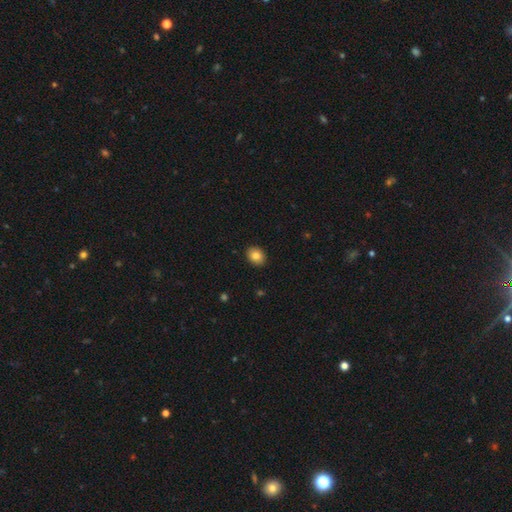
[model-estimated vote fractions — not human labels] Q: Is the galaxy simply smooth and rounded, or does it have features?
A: smooth — 84%.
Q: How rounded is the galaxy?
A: round — 52%.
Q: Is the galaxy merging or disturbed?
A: none — 91%.